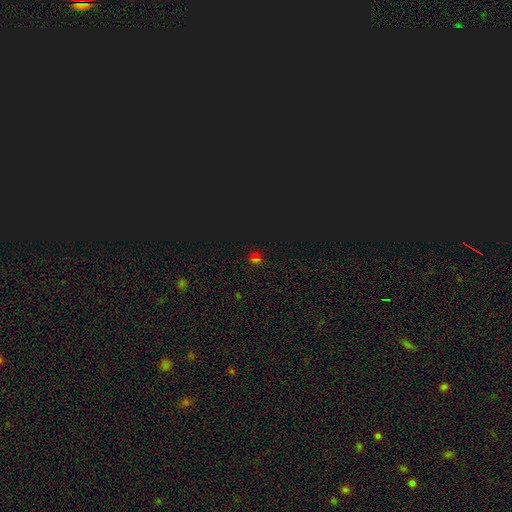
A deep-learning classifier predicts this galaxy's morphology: Overall: star or artifact (60%; smooth 33%).